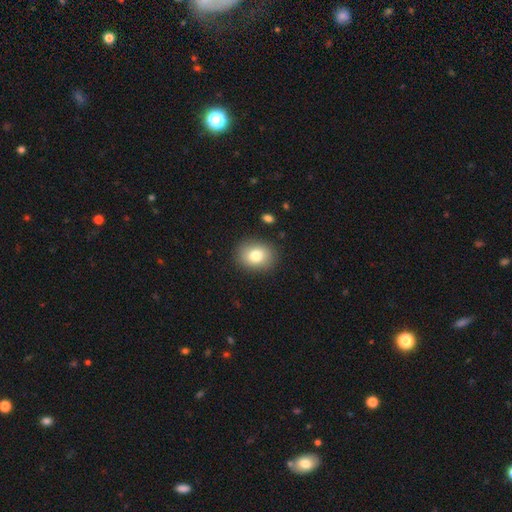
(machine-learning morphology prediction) Smooth or featured? smooth (79%)
How rounded? round (52%)
Merging? none (87%)